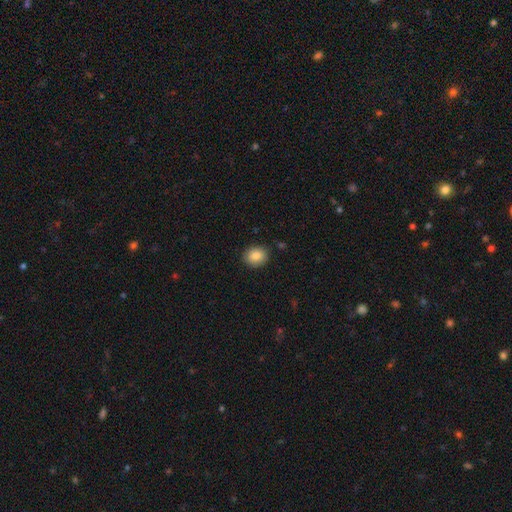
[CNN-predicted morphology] A smooth galaxy with no disk features (85%) that is round (62%).

Vote fractions:
- Smooth or featured? smooth: 85% / star or artifact: 8% / featured or disk: 7%
- How rounded? round: 62% / in between: 37% / cigar-shaped: 1%
- Merging? none: 86% / minor disturbance: 10% / major disturbance: 2% / merger: 1%